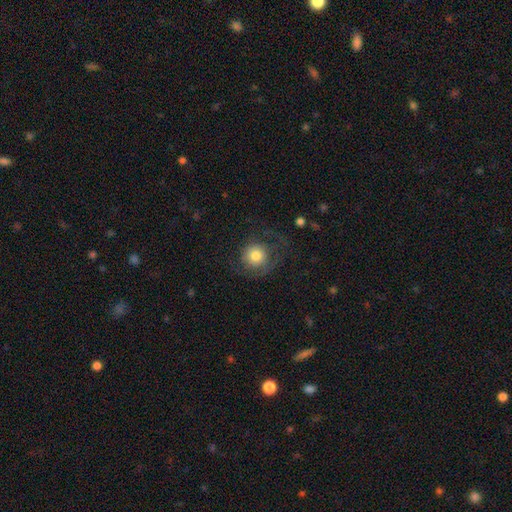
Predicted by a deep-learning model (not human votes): Smooth or featured?
  - smooth: 66% *
  - featured or disk: 26%
  - star or artifact: 8%
How rounded?
  - round: 90% *
  - in between: 9%
  - cigar-shaped: 1%
Merging?
  - none: 57% *
  - major disturbance: 25%
  - minor disturbance: 17%
  - merger: 2%